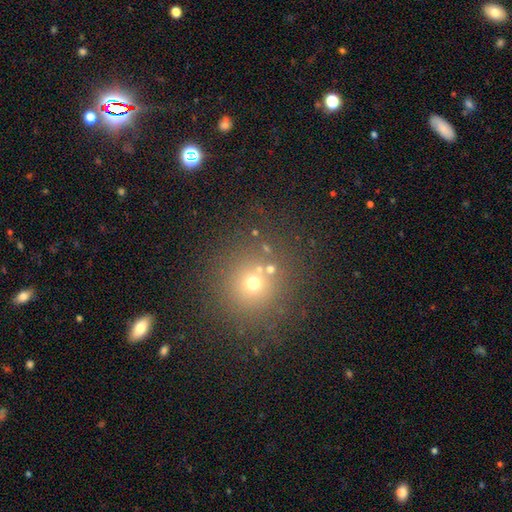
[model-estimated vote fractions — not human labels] This is possibly a smooth galaxy (48%). Merging: clearly none (81%).